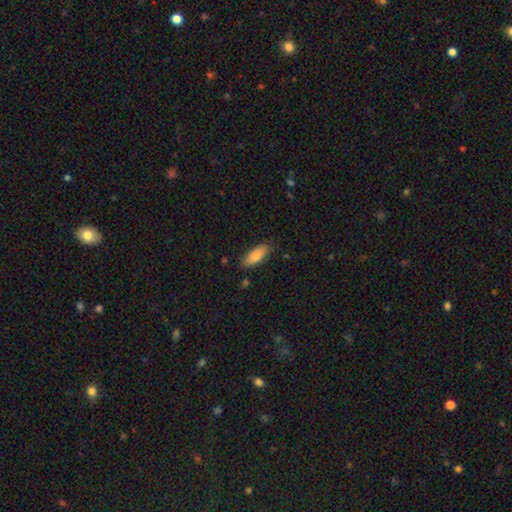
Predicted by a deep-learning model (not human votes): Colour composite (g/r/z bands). It shows a smooth galaxy with no disk features (84%) that is in between round and cigar-shaped (73%). Merging: none (82%).